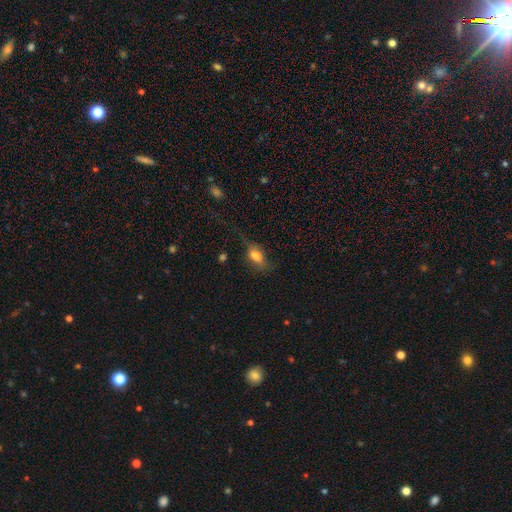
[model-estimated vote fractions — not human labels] Overall: smooth (73%). How rounded: in between (81%). Merging: none (45%; minor disturbance 27%).